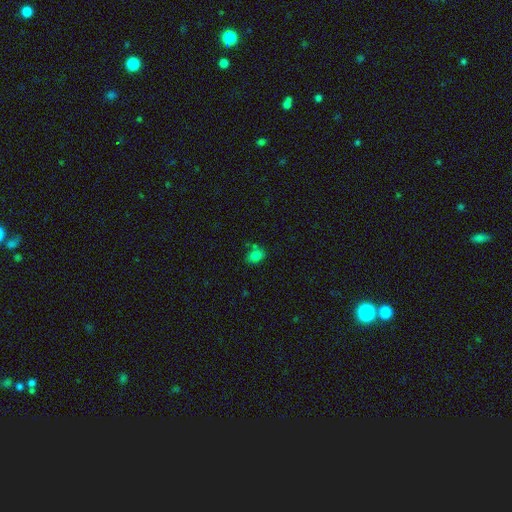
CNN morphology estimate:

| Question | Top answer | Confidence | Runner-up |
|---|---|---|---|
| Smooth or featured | smooth | 79% | star or artifact (14%) |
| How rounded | in between | 60% | round (39%) |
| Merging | none | 62% | minor disturbance (19%) |